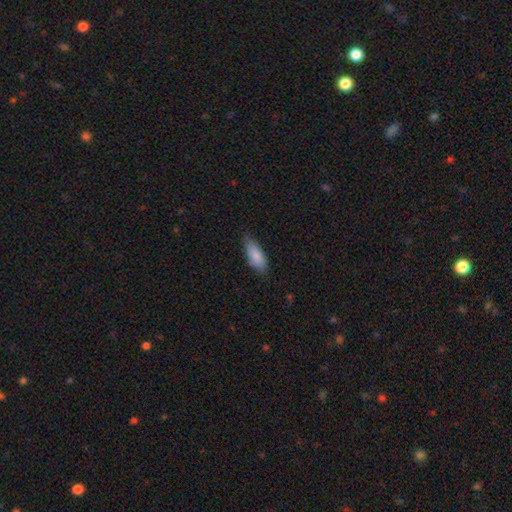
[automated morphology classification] smooth_or_featured: smooth (p=0.85) [alt: featured or disk p=0.09]
how_rounded: in between (p=0.78) [alt: cigar-shaped p=0.20]
merging: none (p=0.68) [alt: minor disturbance p=0.27]